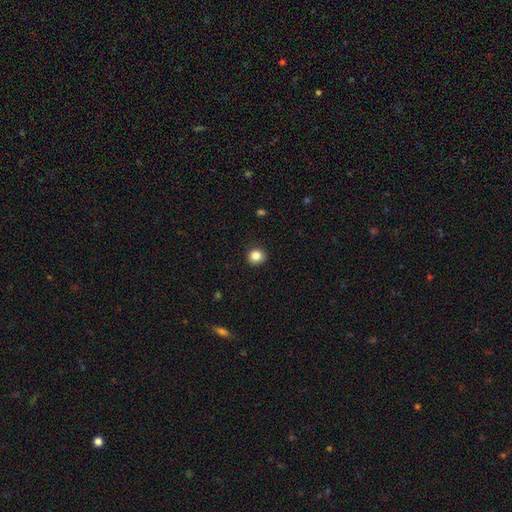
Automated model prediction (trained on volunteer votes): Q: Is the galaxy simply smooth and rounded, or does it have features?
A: smooth — 86%.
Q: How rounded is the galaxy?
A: round — 86%.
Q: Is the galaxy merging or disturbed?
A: none — 90%.